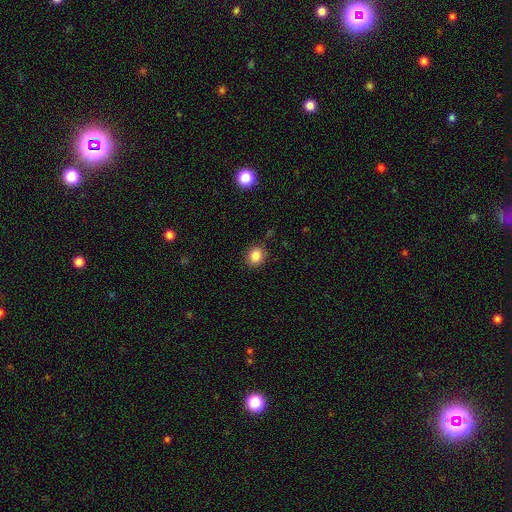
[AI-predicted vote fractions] Smooth or featured? Predicted: smooth (p=0.84). How rounded? Predicted: round (p=0.77). Merging? Predicted: none (p=0.86).